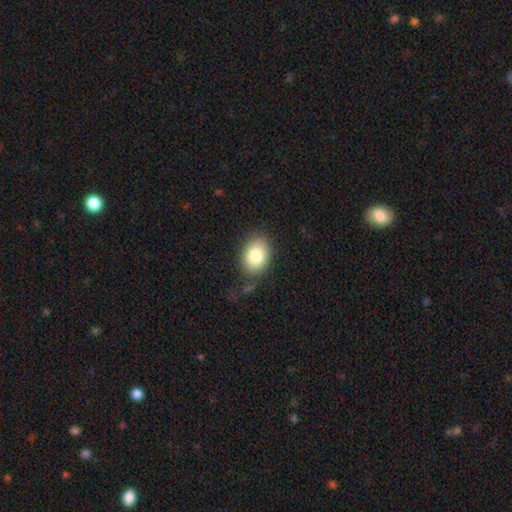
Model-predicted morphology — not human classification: smooth_or_featured: smooth (p=0.82) [alt: featured or disk p=0.10]
how_rounded: in between (p=0.71) [alt: round p=0.28]
merging: none (p=0.75) [alt: minor disturbance p=0.16]